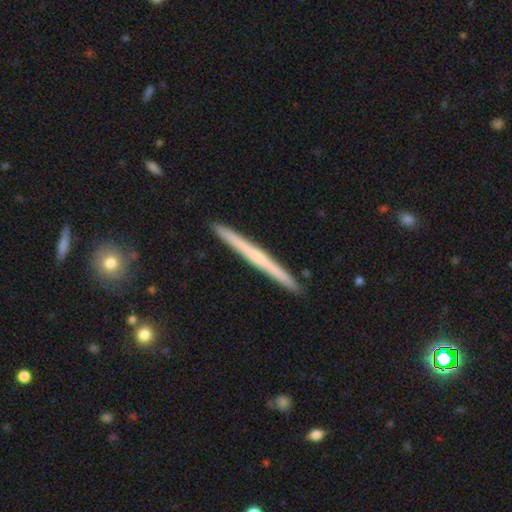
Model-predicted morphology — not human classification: Overall: featured or disk (56%; smooth 38%). Edge-on disk: yes (98%). Edge-on bulge: none (73%). Merging: none (93%).